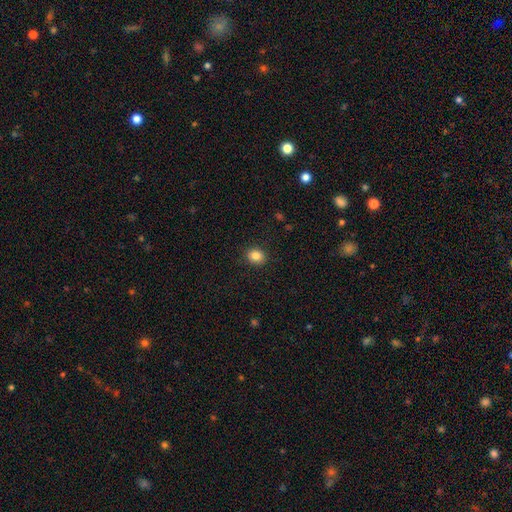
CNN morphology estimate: Smooth or featured? Predicted: smooth (p=0.84). How rounded? Predicted: round (p=0.61). Merging? Predicted: none (p=0.90).